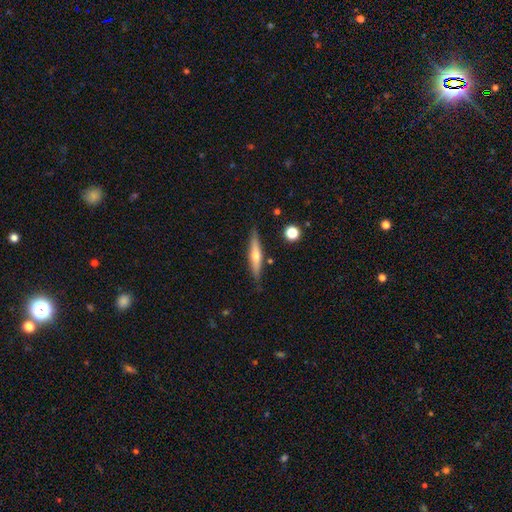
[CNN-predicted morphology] A featured or disk galaxy (55%) viewed edge-on (94%) with a rounded central bulge (83%).

Vote fractions:
- Smooth or featured? featured or disk: 55% / smooth: 38% / star or artifact: 6%
- Edge-on disk? yes: 94% / no: 6%
- Edge-on bulge? rounded: 83% / none: 12% / boxy: 5%
- Merging? none: 85% / minor disturbance: 11% / merger: 3% / major disturbance: 2%